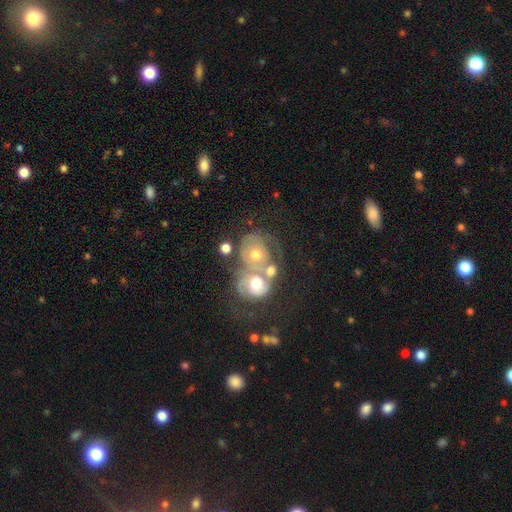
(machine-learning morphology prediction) Overall: featured or disk (66%). Edge-on disk: no (97%). Bar: no (82%). Spiral arms: yes (66%; no 34%). Bulge size: moderate (64%). Merging: merger (65%).